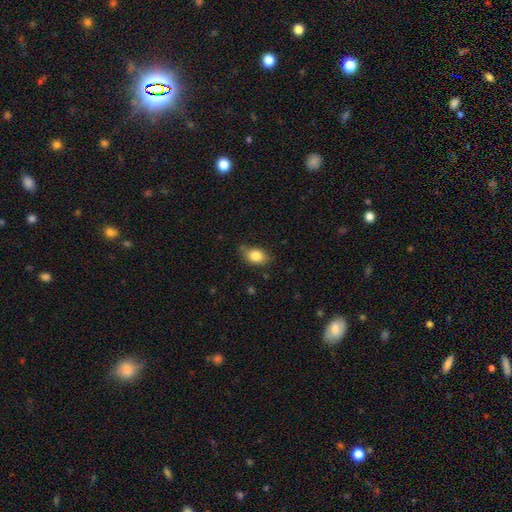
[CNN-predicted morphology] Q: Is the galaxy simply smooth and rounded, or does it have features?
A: smooth — 83%.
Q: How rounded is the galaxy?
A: in between — 75%.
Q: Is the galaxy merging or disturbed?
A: none — 71%.